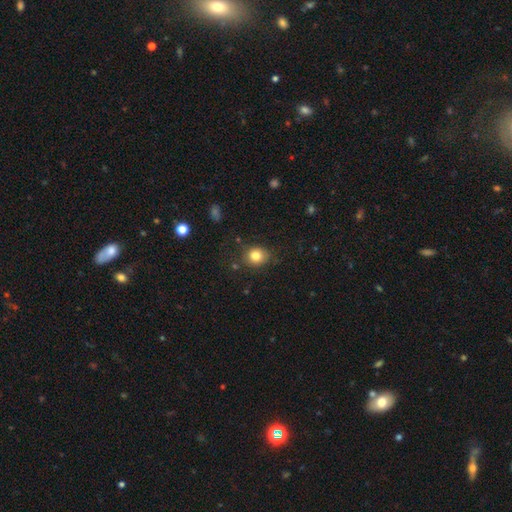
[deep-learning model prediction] Smooth or featured: smooth — 80% (star or artifact — 12%)
How rounded: round — 71% (in between — 28%)
Merging: none — 80% (minor disturbance — 14%)